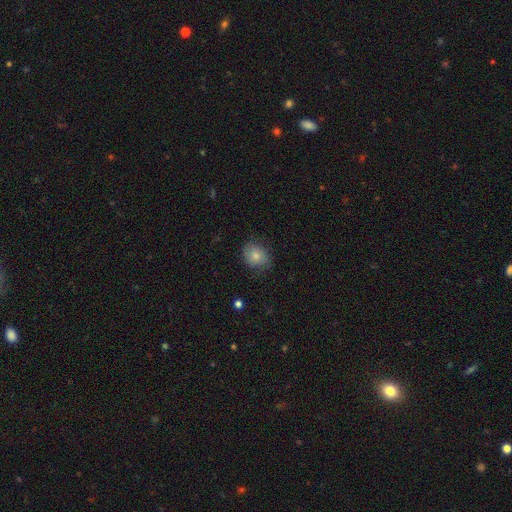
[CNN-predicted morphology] Smooth or featured?
  - smooth: 75% *
  - featured or disk: 16%
  - star or artifact: 9%
How rounded?
  - round: 57% *
  - in between: 42%
  - cigar-shaped: 1%
Merging?
  - none: 69% *
  - minor disturbance: 23%
  - major disturbance: 7%
  - merger: 1%